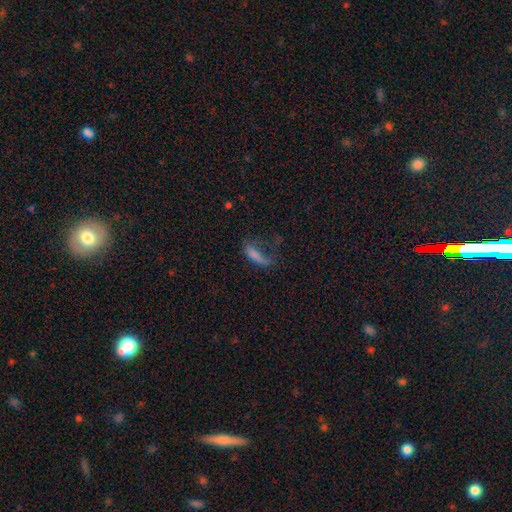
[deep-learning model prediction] Smooth or featured? smooth (65%)
How rounded? cigar-shaped (54%)
Merging? major disturbance (47%)